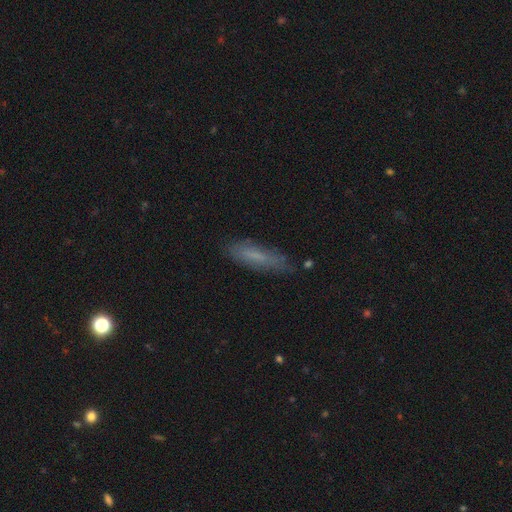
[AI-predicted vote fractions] Q: Smooth or featured?
A: smooth (67%); runner-up: featured or disk (25%)
Q: How rounded?
A: cigar-shaped (72%); runner-up: in between (26%)
Q: Merging?
A: none (76%); runner-up: minor disturbance (17%)